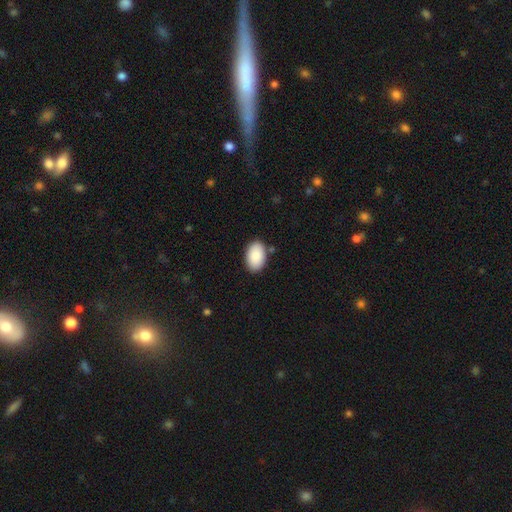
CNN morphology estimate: smooth_or_featured: smooth (p=0.89) [alt: star or artifact p=0.06]
how_rounded: in between (p=0.93) [alt: round p=0.06]
merging: none (p=0.85) [alt: minor disturbance p=0.10]